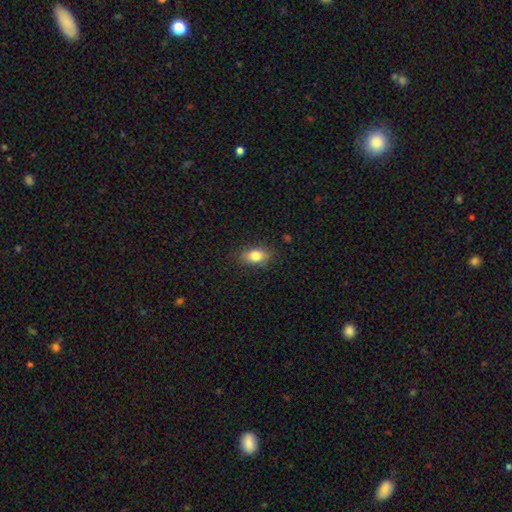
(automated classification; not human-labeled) Smooth or featured? Predicted: smooth (p=0.82). How rounded? Predicted: in between (p=0.83). Merging? Predicted: none (p=0.84).